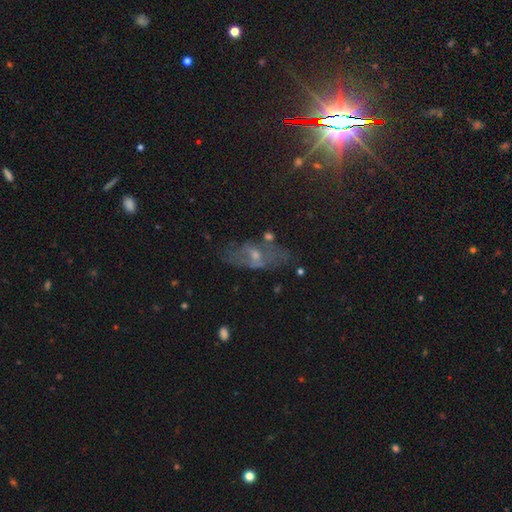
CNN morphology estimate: Smooth or featured?
  - featured or disk: 55% *
  - smooth: 28%
  - star or artifact: 17%
Edge-on disk?
  - no: 83% *
  - yes: 17%
Merging?
  - none: 56% *
  - minor disturbance: 23%
  - major disturbance: 16%
  - merger: 5%